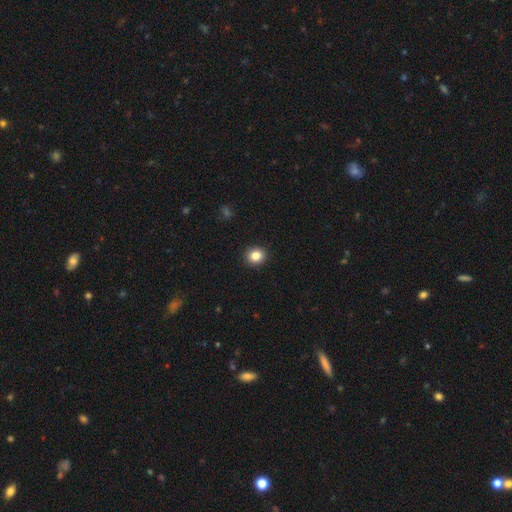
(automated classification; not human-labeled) Morphology: type=smooth (84%); roundness=round (82%); merging=none (92%).